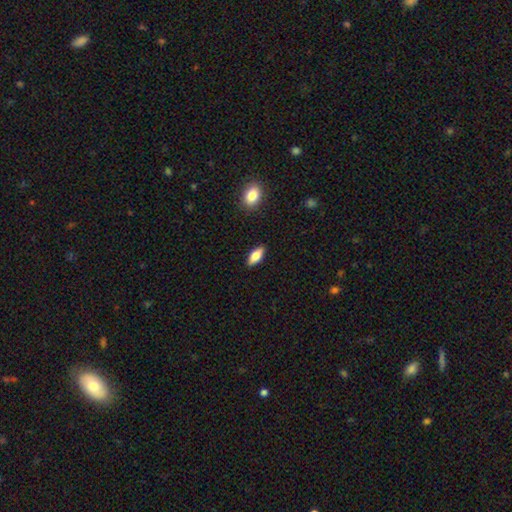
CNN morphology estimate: The model was most divided on "smooth or featured": smooth: 76%, featured or disk: 17%, star or artifact: 7%. More confident: merging — none (88%); how rounded — in between (80%).